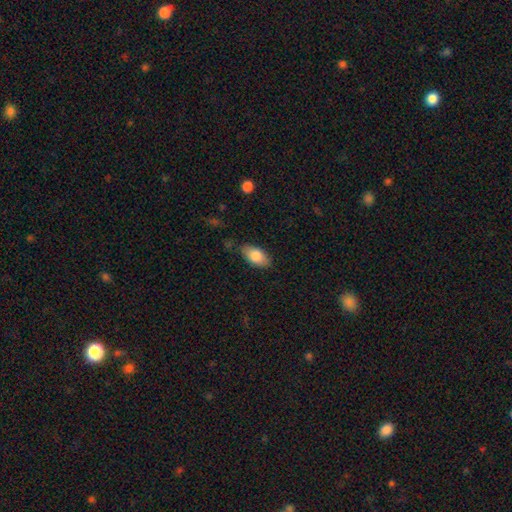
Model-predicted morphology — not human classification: Q: Smooth or featured?
A: smooth (83%); runner-up: featured or disk (11%)
Q: How rounded?
A: in between (93%); runner-up: cigar-shaped (3%)
Q: Merging?
A: none (79%); runner-up: minor disturbance (16%)